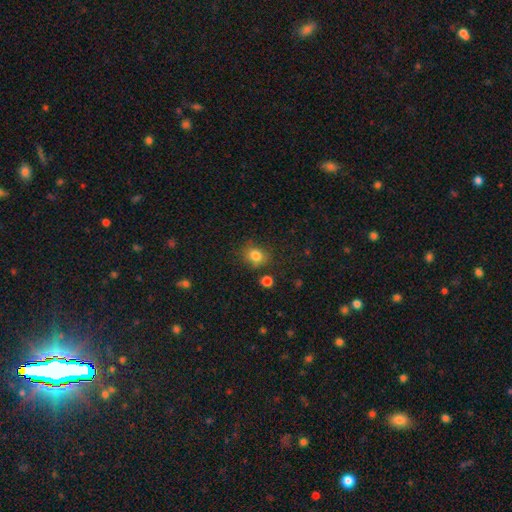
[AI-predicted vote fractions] This appears to be a smooth galaxy with no disk features (81%) that is round (68%). Merging: none (77%).